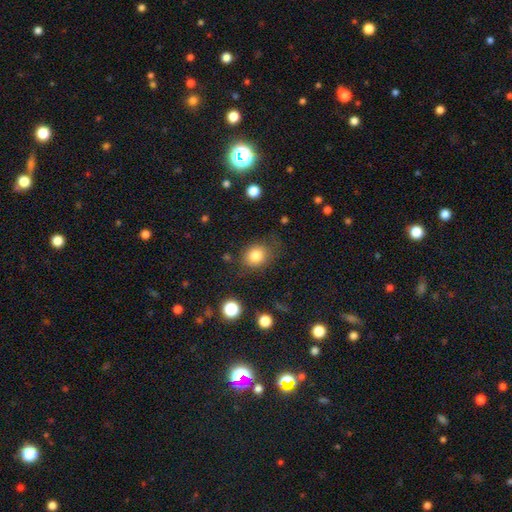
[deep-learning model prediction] smooth-or-featured: smooth: 83% | star or artifact: 10% | featured or disk: 7%
  how-rounded: round: 61% | in between: 38% | cigar-shaped: 1%
  merging: none: 71% | minor disturbance: 19% | major disturbance: 7% | merger: 3%